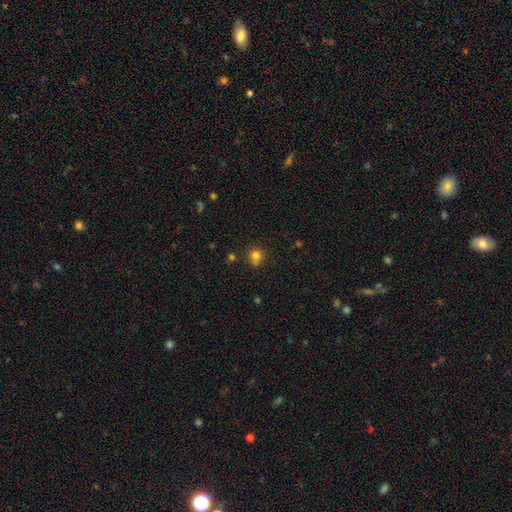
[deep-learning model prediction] This appears to be a smooth galaxy with no disk features (79%) that is round (83%). Merging: none (66%).